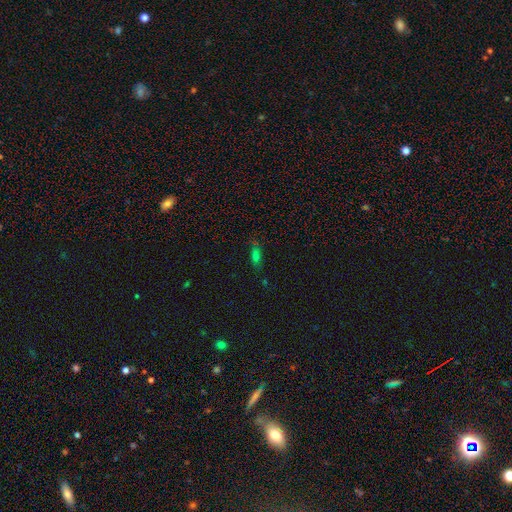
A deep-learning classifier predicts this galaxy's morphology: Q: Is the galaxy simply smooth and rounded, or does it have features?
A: smooth — 63%.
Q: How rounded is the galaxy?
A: in between — 59%.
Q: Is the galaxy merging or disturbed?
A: none — 72%.